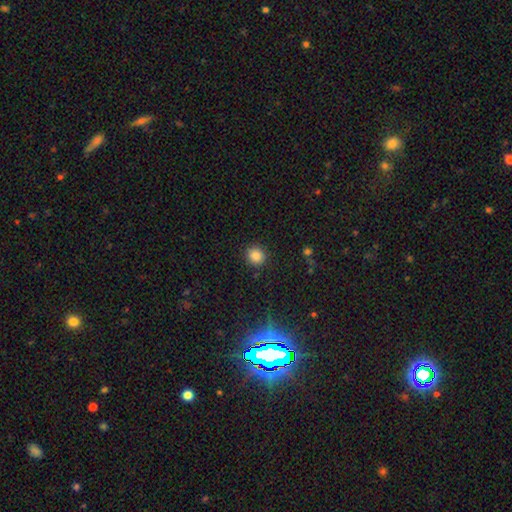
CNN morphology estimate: smooth 83%, star or artifact 12%, featured or disk 5%. Down the decision tree: how rounded — round (87%); merging — none (89%).